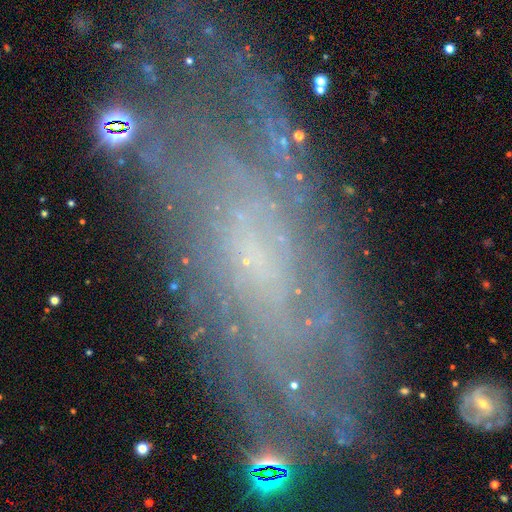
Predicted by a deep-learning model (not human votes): Q: Smooth or featured?
A: featured or disk (70%); runner-up: smooth (16%)
Q: Edge-on disk?
A: no (83%); runner-up: yes (17%)
Q: Bar?
A: no (62%); runner-up: weak (31%)
Q: Spiral arms?
A: yes (88%); runner-up: no (12%)
Q: Spiral winding?
A: tight (66%); runner-up: medium (25%)
Q: Spiral arm count?
A: can't tell (61%); runner-up: 2 (11%)
Q: Bulge size?
A: small (76%); runner-up: moderate (16%)
Q: Merging?
A: none (79%); runner-up: minor disturbance (14%)